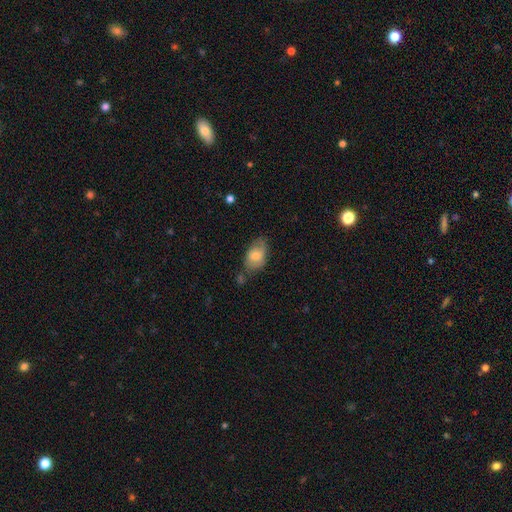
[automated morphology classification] Q: Smooth or featured?
A: smooth (66%); runner-up: featured or disk (26%)
Q: How rounded?
A: in between (91%); runner-up: round (7%)
Q: Merging?
A: none (55%); runner-up: minor disturbance (29%)